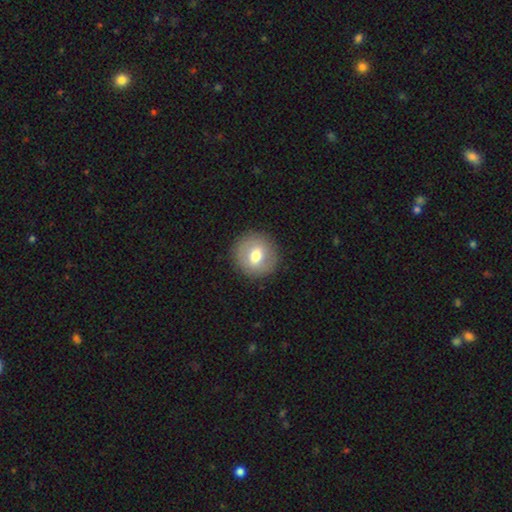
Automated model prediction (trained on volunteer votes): smooth_or_featured: smooth (p=0.64) [alt: featured or disk p=0.28]
how_rounded: round (p=0.88) [alt: in between p=0.11]
merging: none (p=0.89) [alt: minor disturbance p=0.07]